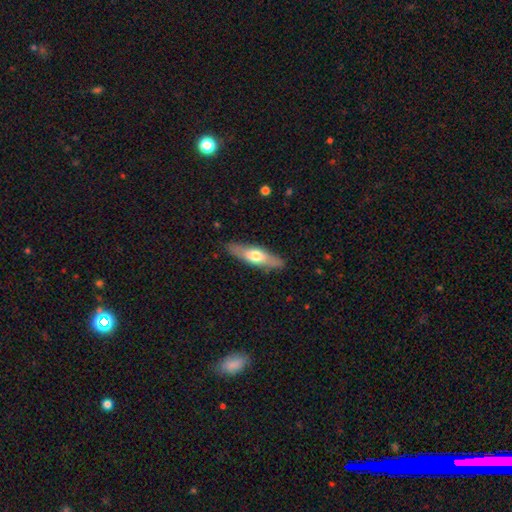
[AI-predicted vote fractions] A smooth galaxy with no disk features (52%) that is cigar-shaped (65%). Merging: none (86%).